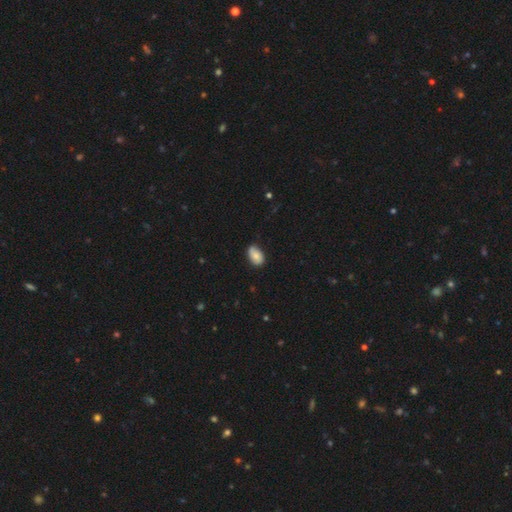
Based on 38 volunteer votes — Overall: smooth (79%). How rounded: in between (77%). Merging: none (47%; minor disturbance 32%).